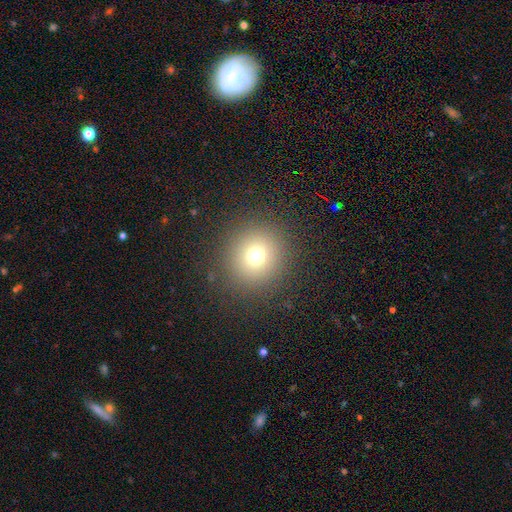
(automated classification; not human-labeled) This is likely a smooth galaxy (73%). How rounded: clearly round (93%). Merging: clearly none (90%).